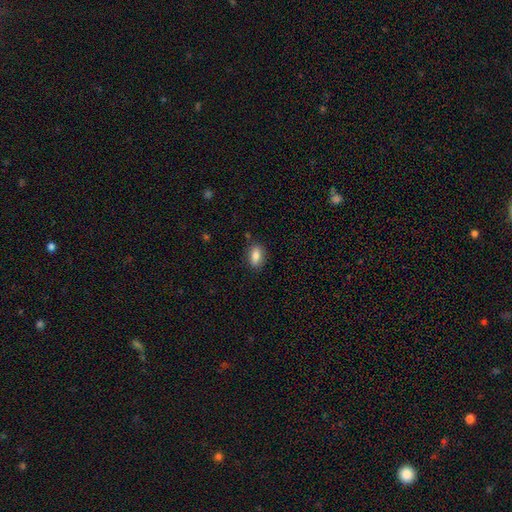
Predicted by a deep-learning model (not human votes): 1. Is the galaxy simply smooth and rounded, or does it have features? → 85% smooth, 8% star or artifact, 7% featured or disk.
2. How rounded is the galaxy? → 86% in between, 8% round, 6% cigar-shaped.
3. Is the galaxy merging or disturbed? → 84% none, 11% minor disturbance, 3% major disturbance, 2% merger.